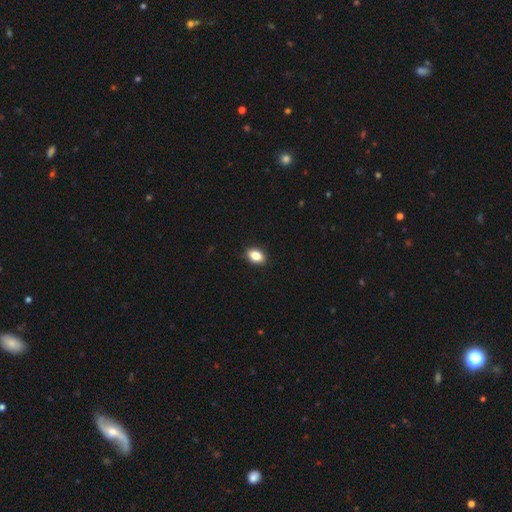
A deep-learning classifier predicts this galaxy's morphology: smooth_or_featured: smooth (p=0.85) [alt: star or artifact p=0.09]
how_rounded: in between (p=0.82) [alt: round p=0.16]
merging: none (p=0.90) [alt: minor disturbance p=0.08]